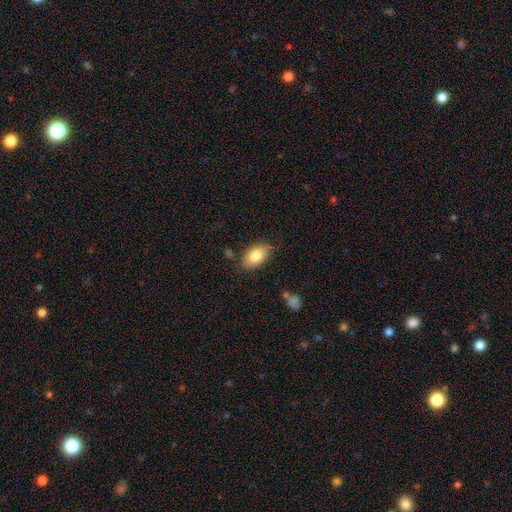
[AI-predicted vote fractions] Smooth or featured?
  - smooth: 81% *
  - featured or disk: 12%
  - star or artifact: 7%
How rounded?
  - in between: 91% *
  - round: 7%
  - cigar-shaped: 2%
Merging?
  - none: 78% *
  - minor disturbance: 16%
  - major disturbance: 3%
  - merger: 2%